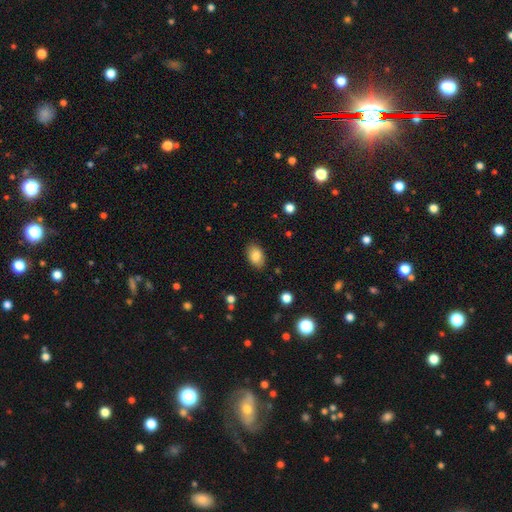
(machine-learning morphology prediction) Q: Smooth or featured?
A: smooth (84%); runner-up: featured or disk (8%)
Q: How rounded?
A: in between (86%); runner-up: round (12%)
Q: Merging?
A: none (84%); runner-up: minor disturbance (12%)